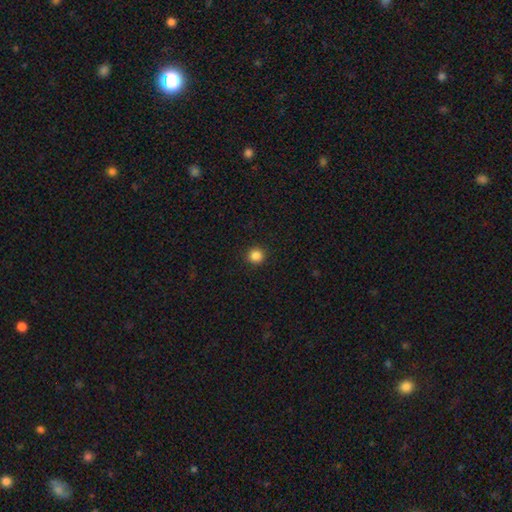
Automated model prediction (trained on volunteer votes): This is clearly a smooth galaxy (86%). How rounded: clearly round (95%). Merging: clearly none (93%).